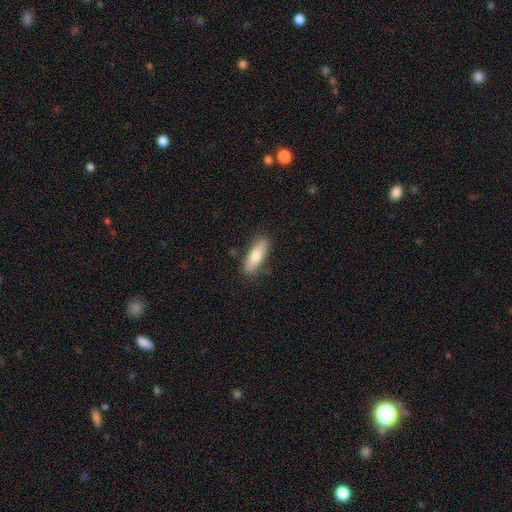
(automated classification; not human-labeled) The model was most divided on "how rounded": in between: 53%, cigar-shaped: 44%, round: 2%. More confident: merging — none (84%); smooth or featured — smooth (73%).